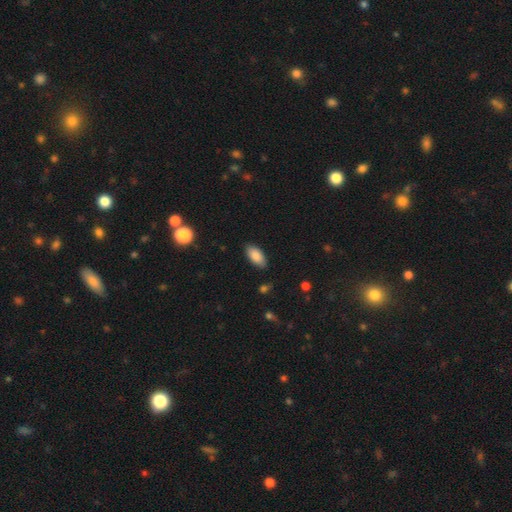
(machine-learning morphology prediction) A smooth galaxy with no disk features (87%) that is in between round and cigar-shaped (92%). Merging: none (85%).